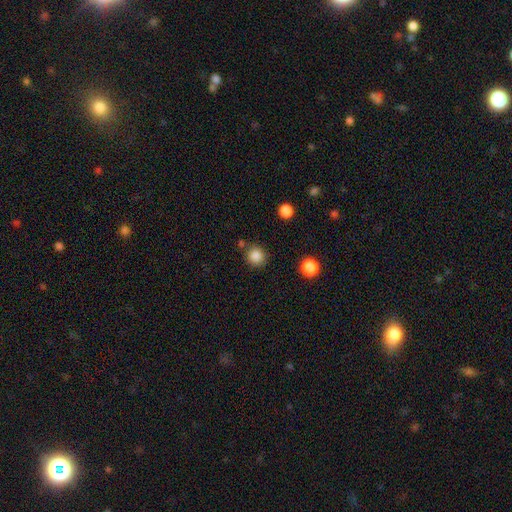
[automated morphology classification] Overall: smooth (86%). How rounded: round (91%). Merging: none (83%).